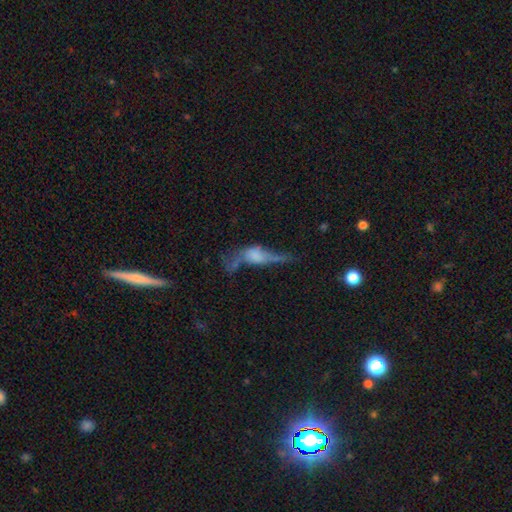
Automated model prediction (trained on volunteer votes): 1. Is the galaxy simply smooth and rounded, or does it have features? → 54% featured or disk, 33% smooth, 13% star or artifact.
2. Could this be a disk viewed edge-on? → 54% no, 46% yes.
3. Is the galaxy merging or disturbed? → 42% major disturbance, 26% none, 19% minor disturbance, 12% merger.